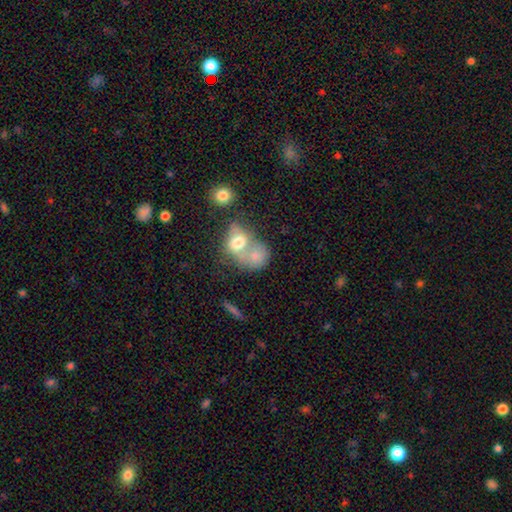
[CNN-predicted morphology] Smooth or featured?
  - smooth: 67% *
  - featured or disk: 23%
  - star or artifact: 11%
How rounded?
  - in between: 51% *
  - round: 47%
  - cigar-shaped: 2%
Merging?
  - merger: 69% *
  - none: 17%
  - major disturbance: 7%
  - minor disturbance: 7%